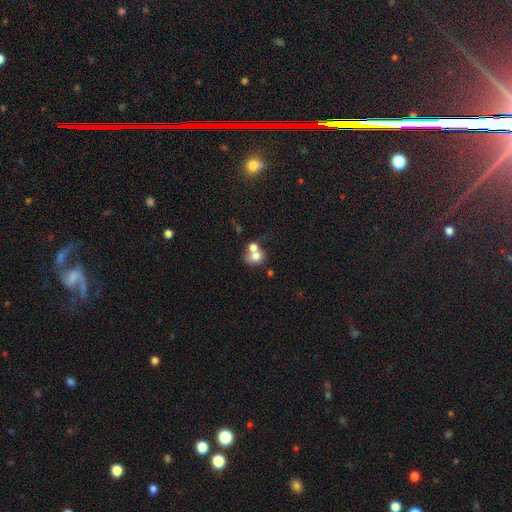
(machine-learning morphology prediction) type=smooth (71%); roundness=round (64%); merging=merger (58%).